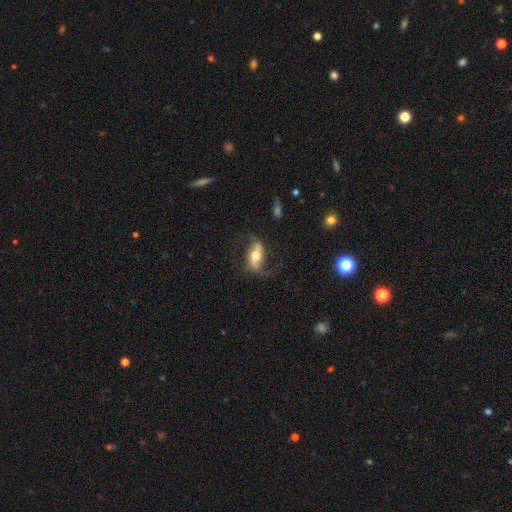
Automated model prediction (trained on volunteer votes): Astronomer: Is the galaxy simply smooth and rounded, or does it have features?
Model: featured or disk — 66%.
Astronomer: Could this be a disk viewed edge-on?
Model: no — 85%.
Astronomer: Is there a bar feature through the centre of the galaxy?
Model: strong — 47% (runner-up: weak, 27%).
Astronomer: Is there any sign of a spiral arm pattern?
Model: yes — 83%.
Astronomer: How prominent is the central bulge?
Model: moderate — 68%.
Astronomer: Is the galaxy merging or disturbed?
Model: none — 69%.